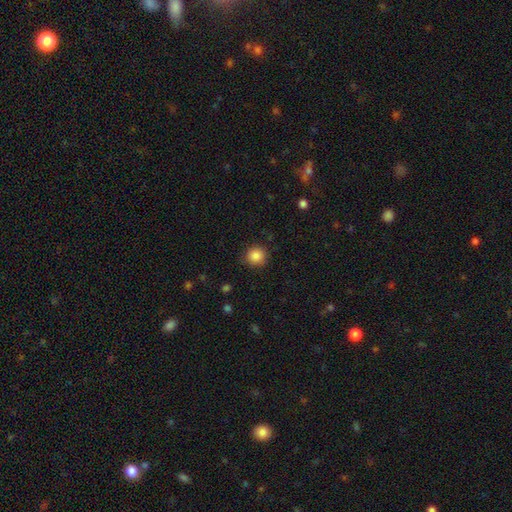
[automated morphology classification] smooth-or-featured: smooth: 86% | star or artifact: 10% | featured or disk: 4%
  how-rounded: round: 90% | in between: 9% | cigar-shaped: 1%
  merging: none: 87% | minor disturbance: 9% | major disturbance: 2% | merger: 1%